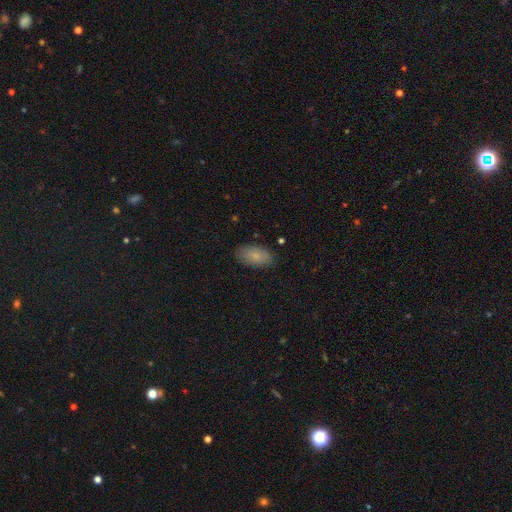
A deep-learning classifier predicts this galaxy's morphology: Overall: smooth (82%). How rounded: in between (94%). Merging: none (85%).